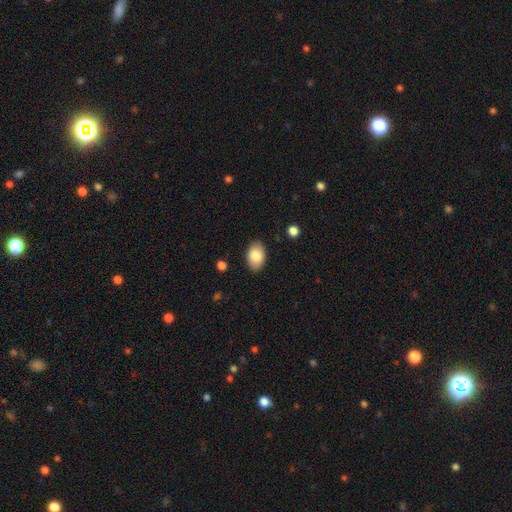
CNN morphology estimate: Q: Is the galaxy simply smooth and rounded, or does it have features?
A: smooth — 84%.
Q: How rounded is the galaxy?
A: in between — 90%.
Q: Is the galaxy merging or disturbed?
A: none — 87%.